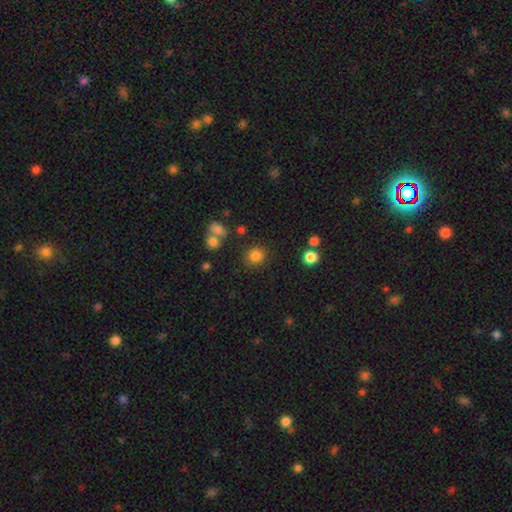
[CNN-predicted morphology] Q: Smooth or featured?
A: smooth (82%); runner-up: star or artifact (13%)
Q: How rounded?
A: round (87%); runner-up: in between (12%)
Q: Merging?
A: none (84%); runner-up: minor disturbance (8%)